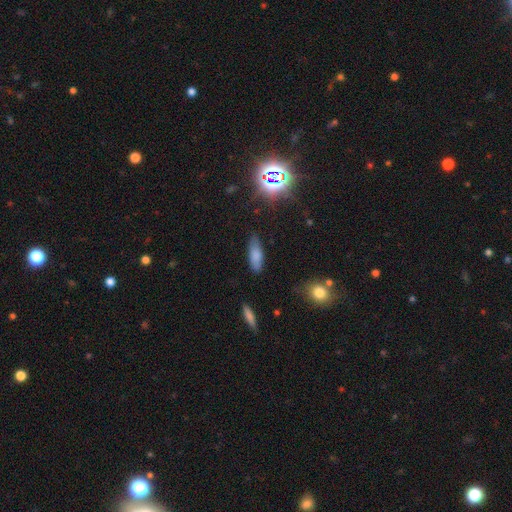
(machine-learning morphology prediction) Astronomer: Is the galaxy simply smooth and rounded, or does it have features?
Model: smooth — 78%.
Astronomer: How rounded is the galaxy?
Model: in between — 63%.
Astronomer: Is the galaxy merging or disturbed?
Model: none — 78%.